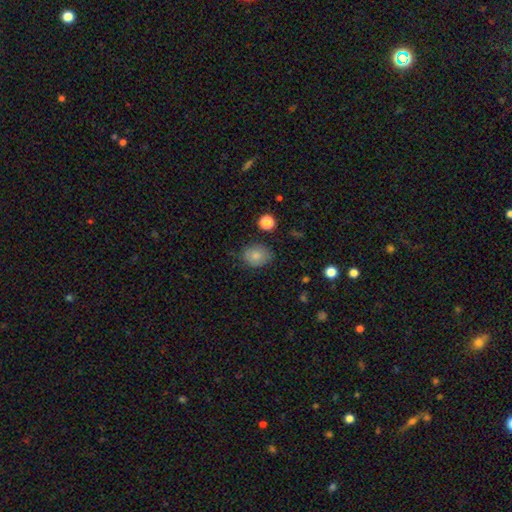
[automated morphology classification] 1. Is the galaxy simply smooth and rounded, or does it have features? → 82% smooth, 9% star or artifact, 9% featured or disk.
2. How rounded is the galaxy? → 54% round, 45% in between, 1% cigar-shaped.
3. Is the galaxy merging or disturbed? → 76% none, 18% minor disturbance, 4% major disturbance, 2% merger.